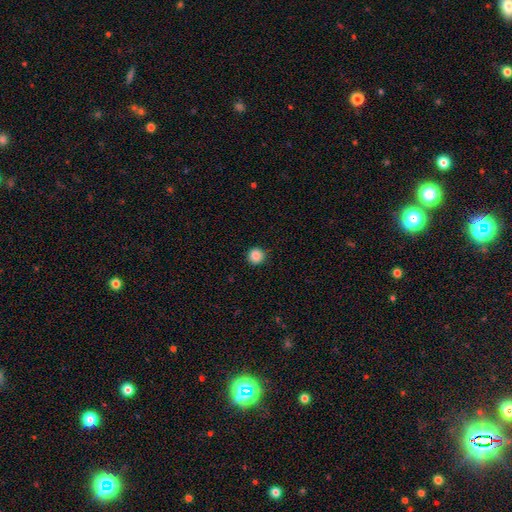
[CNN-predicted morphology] smooth 87%, star or artifact 10%, featured or disk 3%. Down the decision tree: how rounded — round (95%); merging — none (91%).